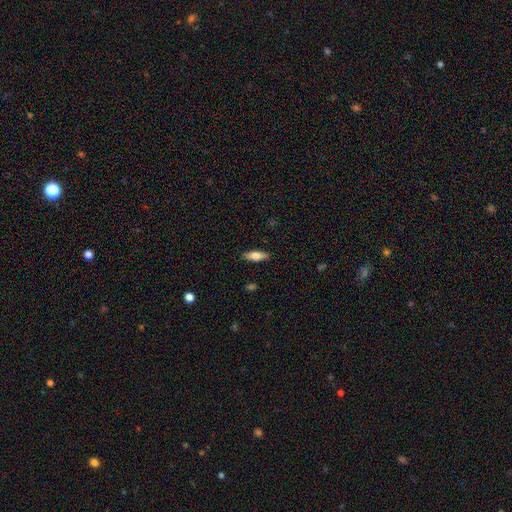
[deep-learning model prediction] Smooth or featured? Predicted: smooth (p=0.66). How rounded? Predicted: in between (p=0.61). Merging? Predicted: none (p=0.89).